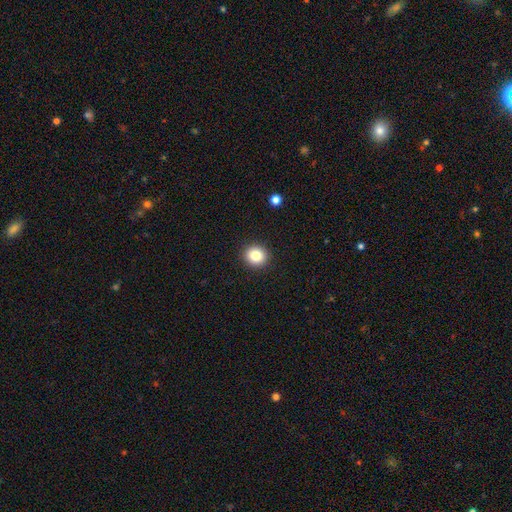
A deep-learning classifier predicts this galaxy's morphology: Smooth or featured?
  - smooth: 83% *
  - star or artifact: 10%
  - featured or disk: 7%
How rounded?
  - round: 84% *
  - in between: 15%
  - cigar-shaped: 1%
Merging?
  - none: 92% *
  - minor disturbance: 5%
  - major disturbance: 2%
  - merger: 1%